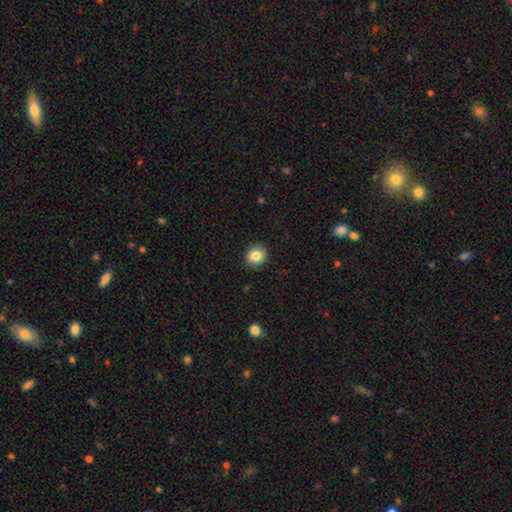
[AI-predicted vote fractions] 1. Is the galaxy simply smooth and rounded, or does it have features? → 84% smooth, 9% star or artifact, 6% featured or disk.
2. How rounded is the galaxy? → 79% round, 20% in between, 1% cigar-shaped.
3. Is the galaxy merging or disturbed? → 91% none, 6% minor disturbance, 2% major disturbance, 1% merger.